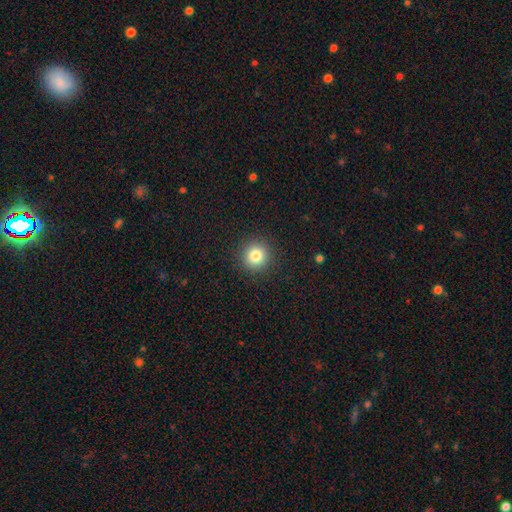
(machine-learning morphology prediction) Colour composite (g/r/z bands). It shows a smooth galaxy with no disk features (82%) that is round (94%). Merging: none (92%).